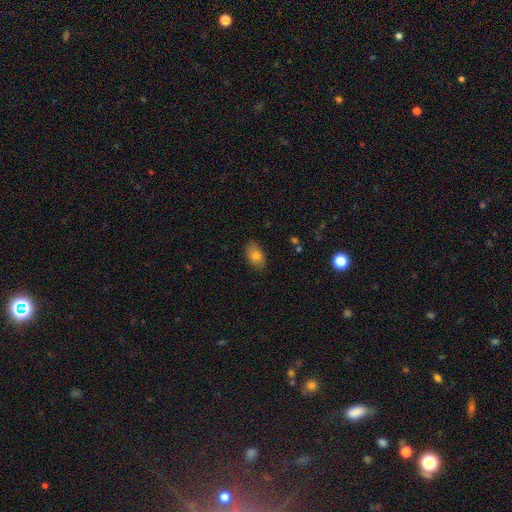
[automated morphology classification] smooth 79%, featured or disk 13%, star or artifact 8%. Down the decision tree: how rounded — in between (91%); merging — none (82%).